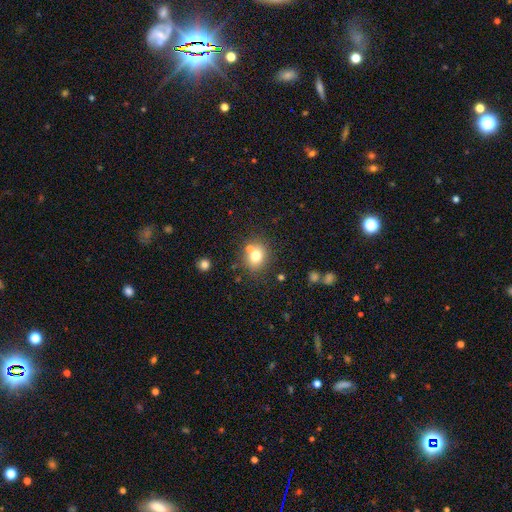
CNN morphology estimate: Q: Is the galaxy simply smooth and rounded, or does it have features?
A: smooth — 74%.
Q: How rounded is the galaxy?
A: round — 66%.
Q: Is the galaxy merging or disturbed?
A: none — 65%.